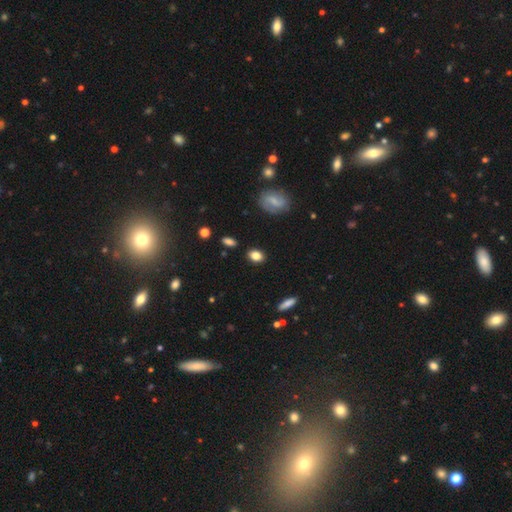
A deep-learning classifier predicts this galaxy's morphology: This is clearly a smooth galaxy (82%). How rounded: likely in between (72%). Merging: clearly none (85%).